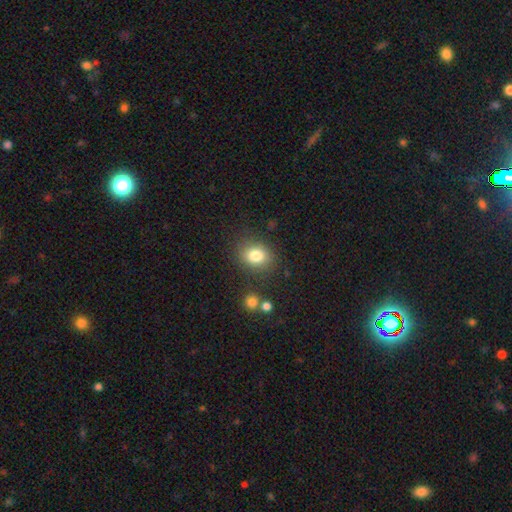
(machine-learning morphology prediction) type=smooth (81%); roundness=round (57%); merging=none (81%).